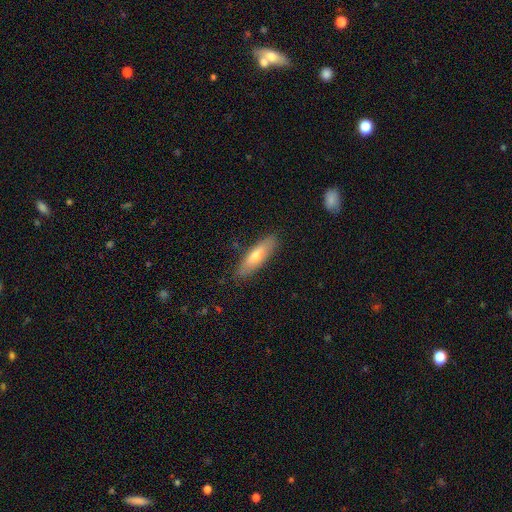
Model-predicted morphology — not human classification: This appears to be a smooth galaxy with no disk features (61%) that is cigar-shaped (67%). Merging: none (86%).